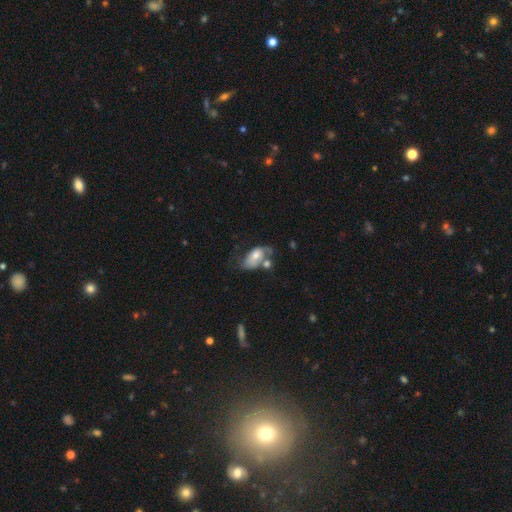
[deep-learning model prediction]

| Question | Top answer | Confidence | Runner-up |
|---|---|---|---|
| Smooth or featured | smooth | 55% | featured or disk (38%) |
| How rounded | in between | 91% | round (6%) |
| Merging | none | 30% | merger (28%) |